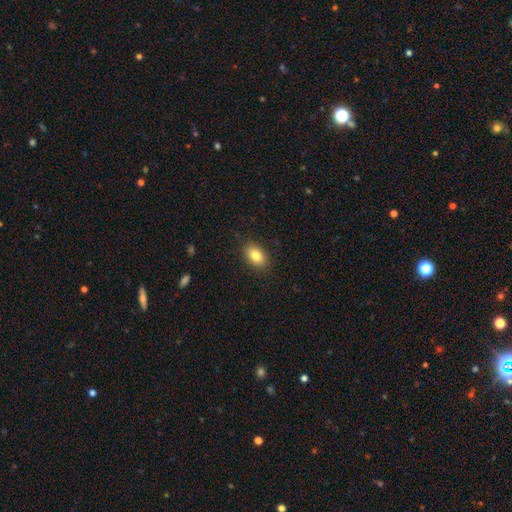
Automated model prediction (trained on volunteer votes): Overall: smooth (82%). How rounded: in between (87%). Merging: none (88%).